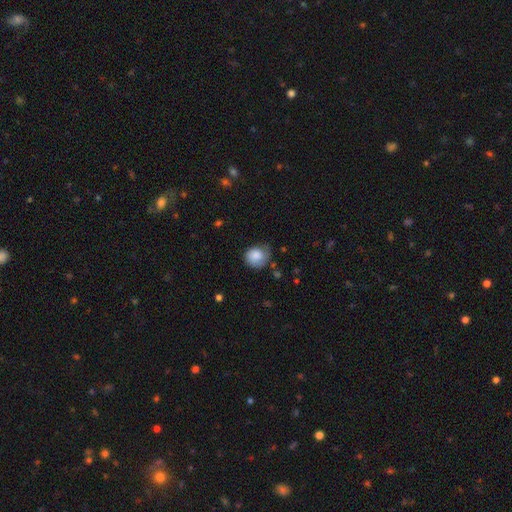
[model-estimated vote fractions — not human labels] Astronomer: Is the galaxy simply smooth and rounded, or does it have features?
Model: smooth — 78%.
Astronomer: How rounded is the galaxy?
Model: round — 72%.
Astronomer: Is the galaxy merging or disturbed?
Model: none — 49% (runner-up: minor disturbance, 34%).